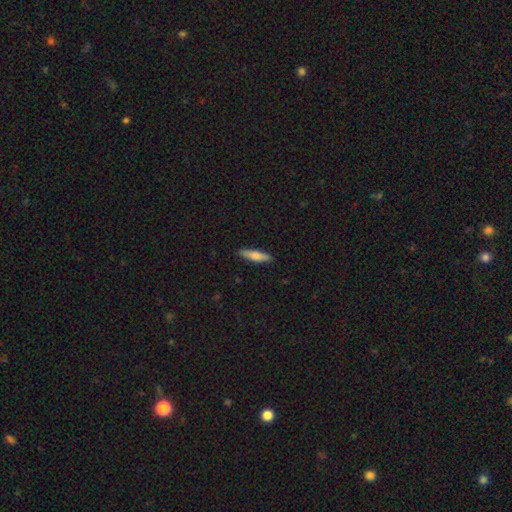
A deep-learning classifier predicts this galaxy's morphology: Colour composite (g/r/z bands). It shows a smooth galaxy with no disk features (69%) that is cigar-shaped (75%). Merging: none (90%).